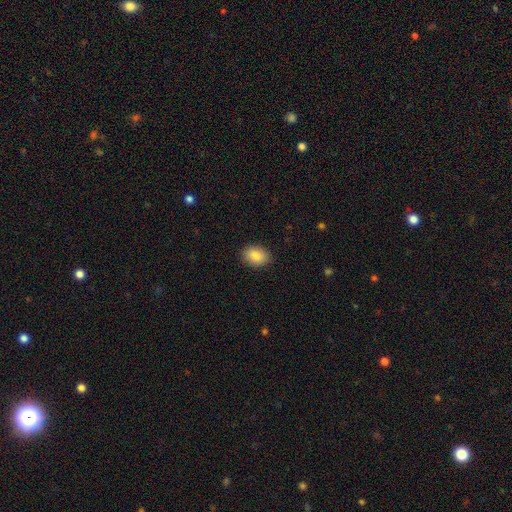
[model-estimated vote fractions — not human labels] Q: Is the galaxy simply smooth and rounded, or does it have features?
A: smooth — 87%.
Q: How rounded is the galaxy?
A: in between — 79%.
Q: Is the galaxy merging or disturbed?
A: none — 88%.